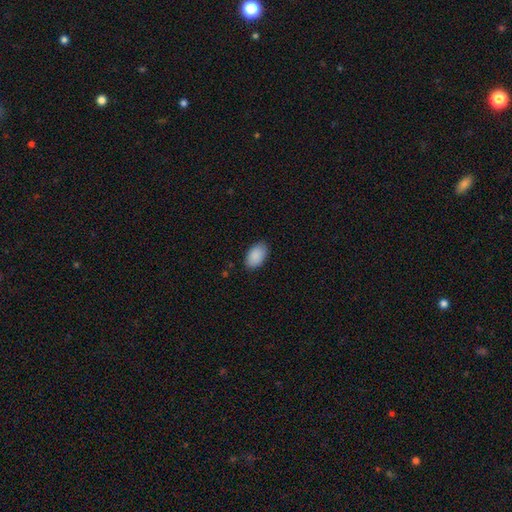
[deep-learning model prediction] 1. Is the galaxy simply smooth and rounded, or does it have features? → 91% smooth, 6% star or artifact, 3% featured or disk.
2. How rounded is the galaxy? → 94% in between, 5% round, 1% cigar-shaped.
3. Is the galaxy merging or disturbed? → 86% none, 11% minor disturbance, 2% major disturbance, 1% merger.